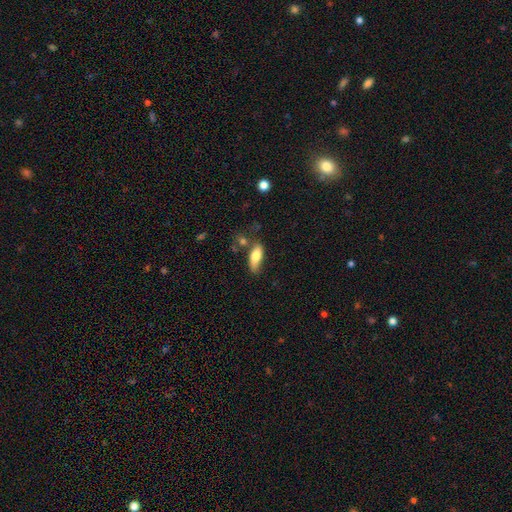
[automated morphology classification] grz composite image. It shows a smooth galaxy with no disk features (76%) that is in between round and cigar-shaped (74%). Merging: none (53%).